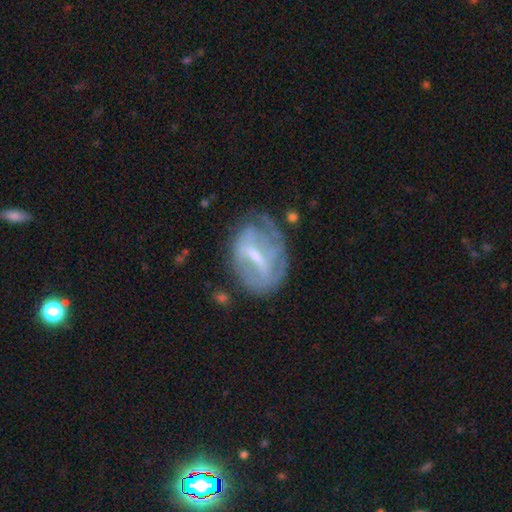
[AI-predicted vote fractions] Smooth or featured? Predicted: featured or disk (p=0.69). Edge-on disk? Predicted: no (p=0.94). Bar? Predicted: strong (p=0.49). Spiral arms? Predicted: yes (p=0.58). Bulge size? Predicted: small (p=0.42). Merging? Predicted: none (p=0.51).